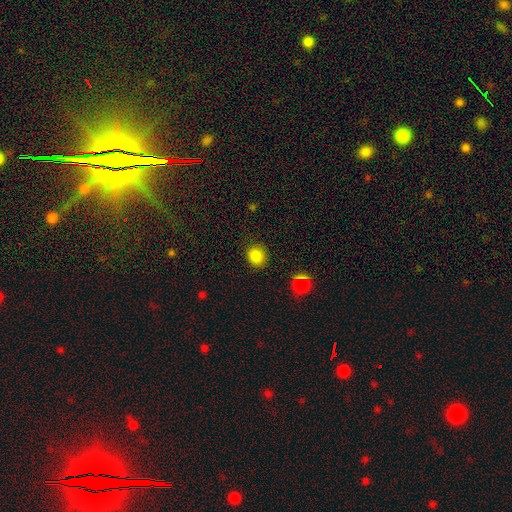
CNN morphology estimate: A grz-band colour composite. It shows a smooth galaxy with no disk features (84%) that is round (80%). Merging: none (86%).